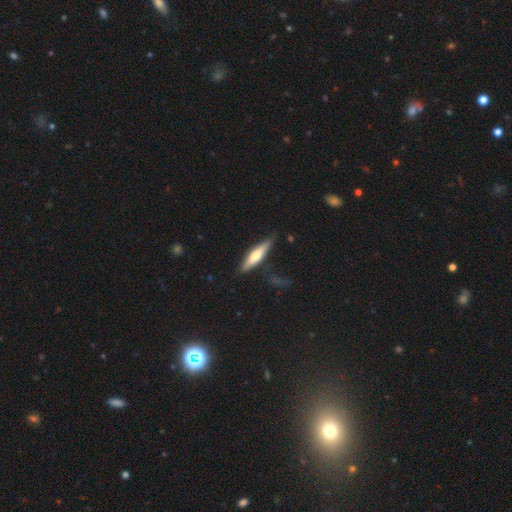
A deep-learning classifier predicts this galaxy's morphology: Smooth or featured?
  - smooth: 48% *
  - featured or disk: 46%
  - star or artifact: 5%
Merging?
  - none: 77% *
  - minor disturbance: 16%
  - major disturbance: 4%
  - merger: 2%